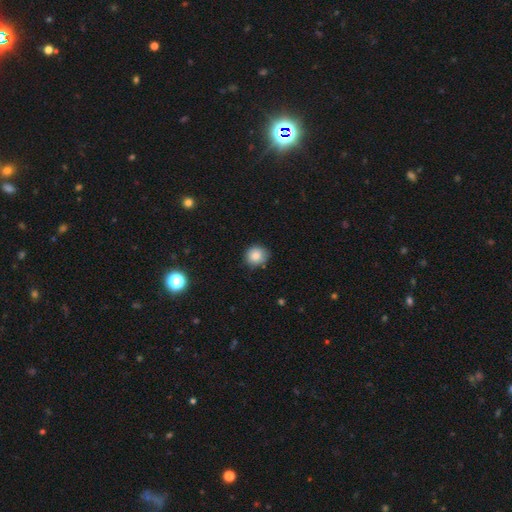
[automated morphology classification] A smooth galaxy with no disk features (84%) that is round (84%).

Vote fractions:
- Smooth or featured? smooth: 84% / star or artifact: 9% / featured or disk: 6%
- How rounded? round: 84% / in between: 15% / cigar-shaped: 1%
- Merging? none: 79% / minor disturbance: 17% / major disturbance: 3% / merger: 2%